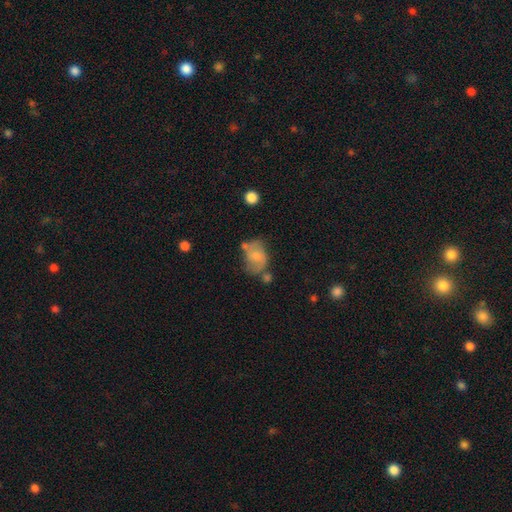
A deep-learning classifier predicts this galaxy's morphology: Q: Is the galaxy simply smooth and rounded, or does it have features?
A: smooth — 52%.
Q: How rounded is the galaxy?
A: in between — 67%.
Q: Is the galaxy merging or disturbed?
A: none — 43%.